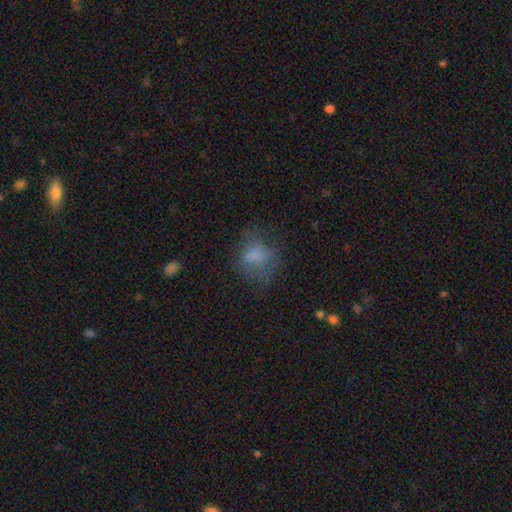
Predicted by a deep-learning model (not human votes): The model was most divided on "how rounded": in between: 51%, round: 47%, cigar-shaped: 2%. Remaining: smooth or featured — smooth (65%); merging — none (47%).